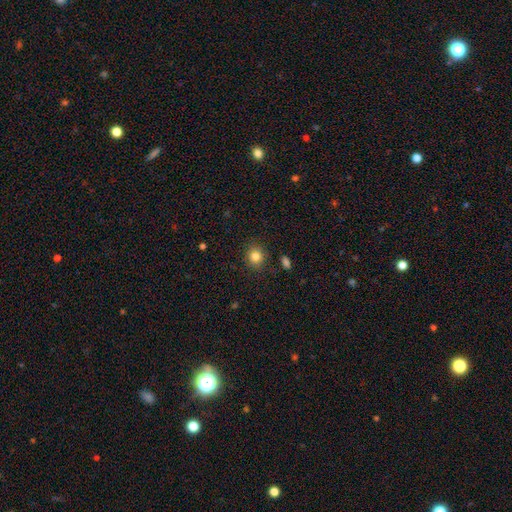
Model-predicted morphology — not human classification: The model was most divided on "how rounded": round: 83%, in between: 17%, cigar-shaped: 1%. More confident: merging — none (87%); smooth or featured — smooth (84%).